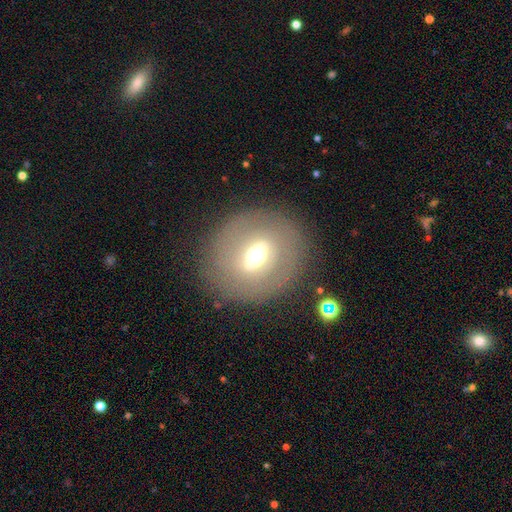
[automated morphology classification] featured or disk 64%, smooth 26%, star or artifact 10%. Down the decision tree: edge-on disk — no (69%); merging — none (81%).